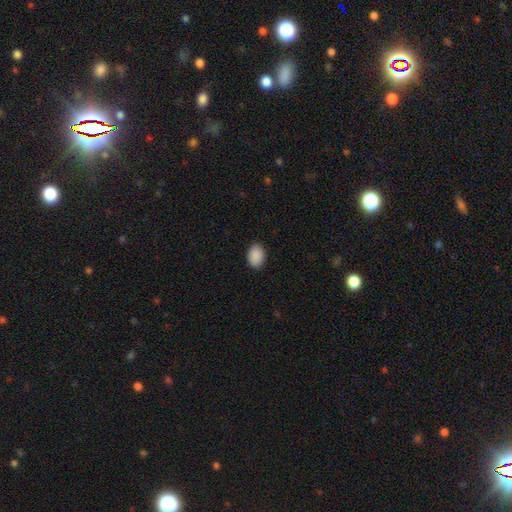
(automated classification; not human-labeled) Smooth or featured: smooth — 90% (star or artifact — 7%)
How rounded: in between — 80% (round — 19%)
Merging: none — 88% (minor disturbance — 9%)